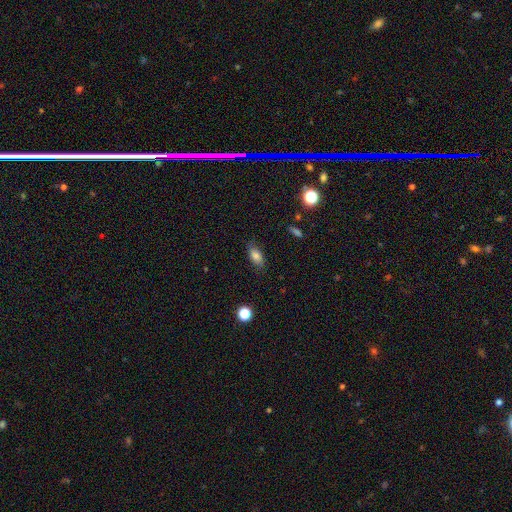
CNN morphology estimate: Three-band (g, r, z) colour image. It shows a smooth galaxy with no disk features (80%) that is in between round and cigar-shaped (87%). Merging: none (79%).